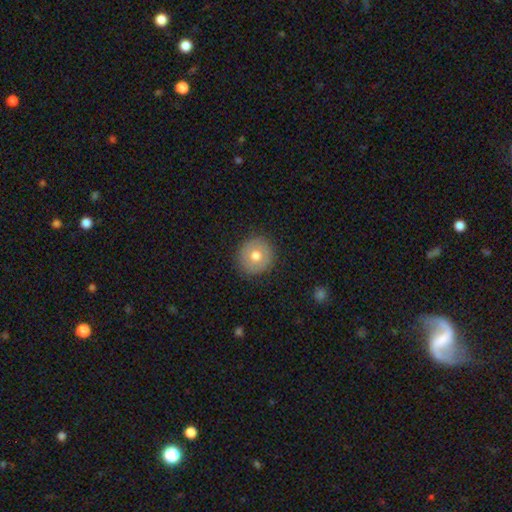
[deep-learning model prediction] Overall: smooth (71%). How rounded: round (93%). Merging: none (89%).